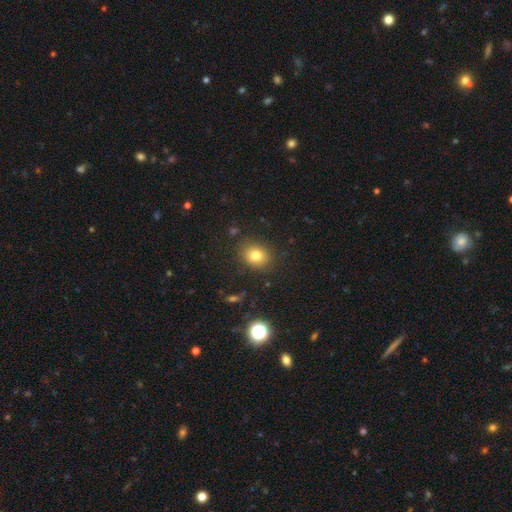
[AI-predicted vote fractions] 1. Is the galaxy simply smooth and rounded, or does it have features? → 80% smooth, 13% star or artifact, 8% featured or disk.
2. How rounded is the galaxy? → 55% round, 44% in between, 1% cigar-shaped.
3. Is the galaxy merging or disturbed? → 84% none, 11% minor disturbance, 3% major disturbance, 2% merger.